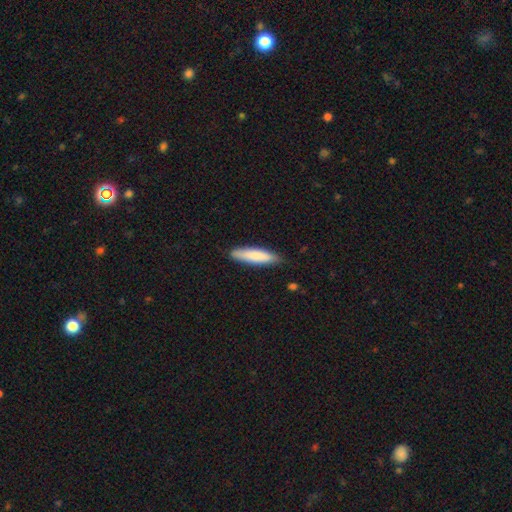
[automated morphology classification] This appears to be a smooth galaxy with no disk features (82%) that is cigar-shaped (75%). Merging: none (84%).